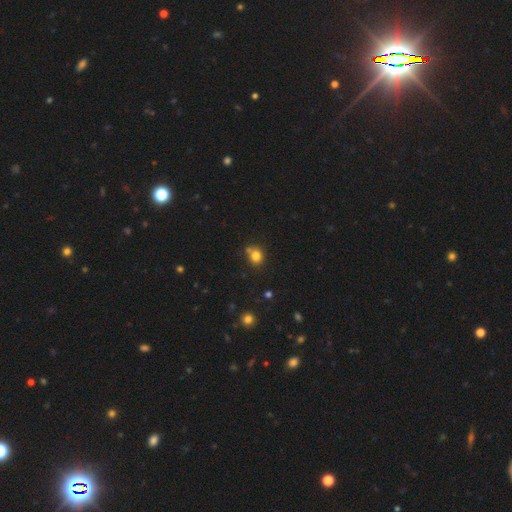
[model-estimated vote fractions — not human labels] Q: Smooth or featured?
A: smooth (80%); runner-up: star or artifact (13%)
Q: How rounded?
A: round (74%); runner-up: in between (25%)
Q: Merging?
A: none (66%); runner-up: merger (16%)